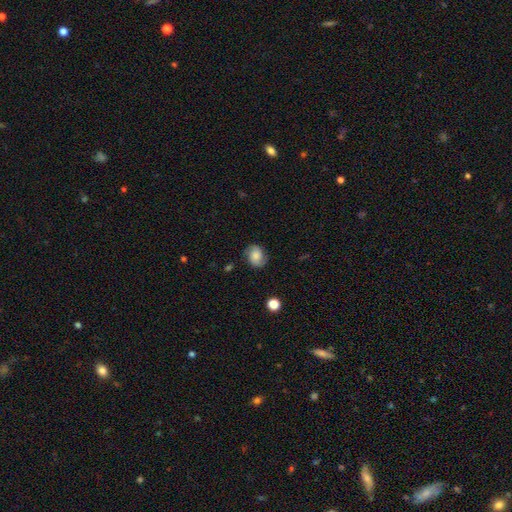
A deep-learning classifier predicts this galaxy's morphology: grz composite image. It shows a smooth galaxy with no disk features (58%) that is in between round and cigar-shaped (52%). Merging: none (77%).